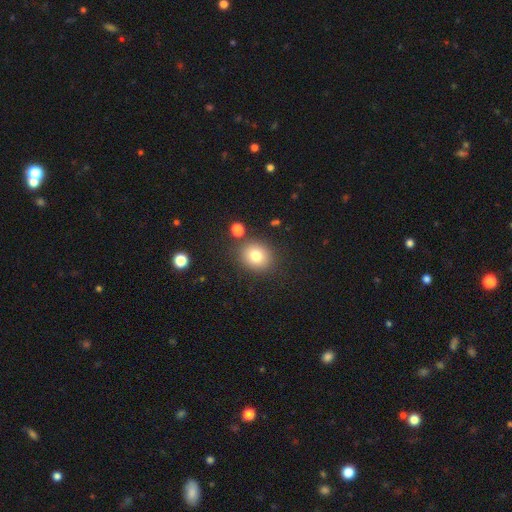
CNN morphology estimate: Overall: smooth (79%). How rounded: round (73%). Merging: none (82%).